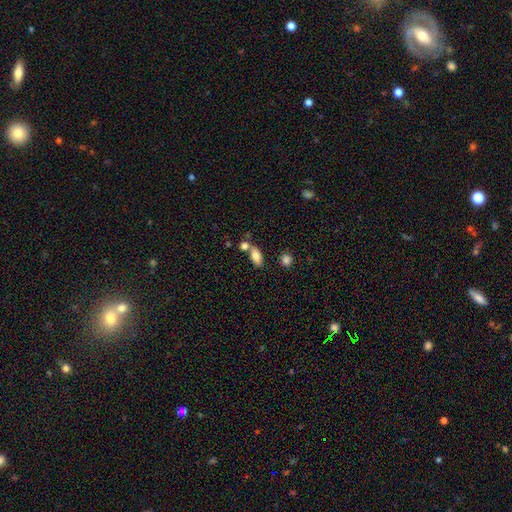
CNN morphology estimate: Q: Smooth or featured?
A: smooth (79%); runner-up: featured or disk (13%)
Q: How rounded?
A: in between (87%); runner-up: cigar-shaped (9%)
Q: Merging?
A: none (54%); runner-up: merger (29%)